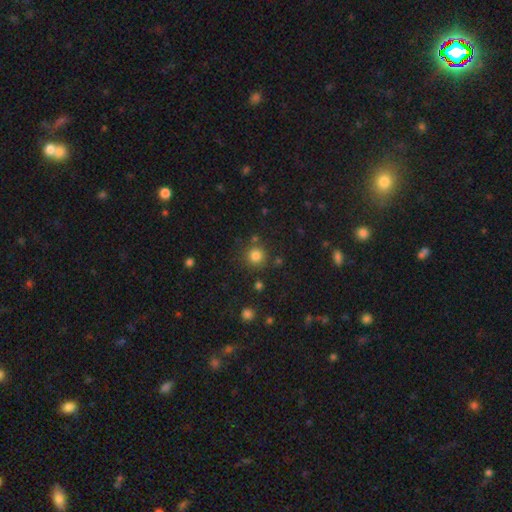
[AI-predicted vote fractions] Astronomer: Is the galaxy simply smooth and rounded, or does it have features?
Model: smooth — 81%.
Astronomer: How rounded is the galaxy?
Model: round — 94%.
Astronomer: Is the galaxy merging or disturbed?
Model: none — 82%.